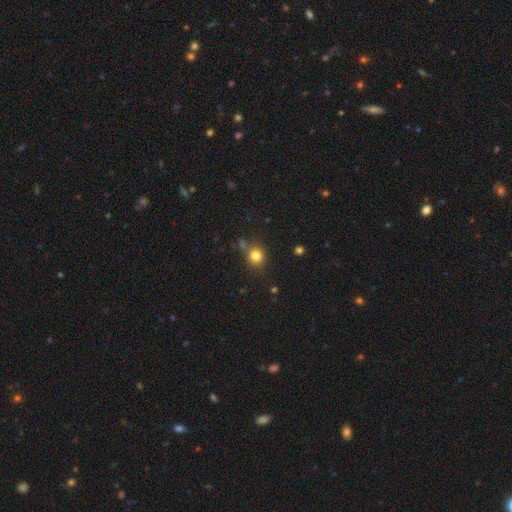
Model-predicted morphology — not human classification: smooth 81%, star or artifact 13%, featured or disk 6%. Down the decision tree: how rounded — round (86%); merging — none (74%).